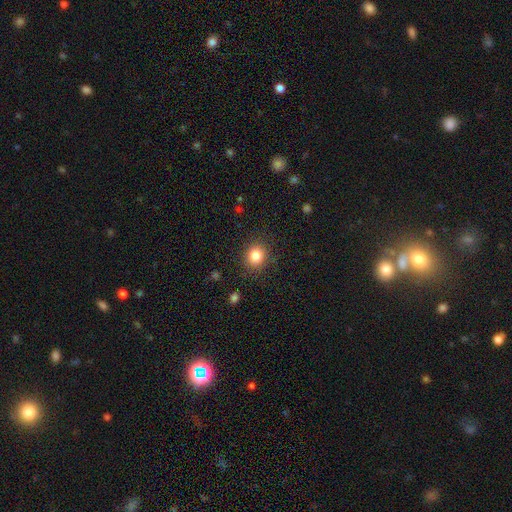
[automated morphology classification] smooth-or-featured: smooth: 83% | star or artifact: 11% | featured or disk: 6%
  how-rounded: round: 80% | in between: 19% | cigar-shaped: 1%
  merging: none: 87% | minor disturbance: 8% | major disturbance: 3% | merger: 1%